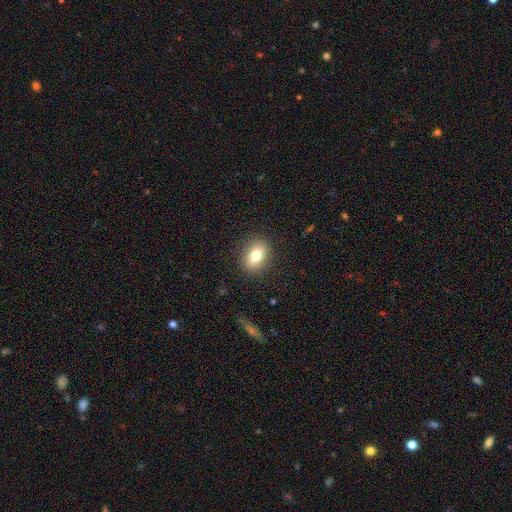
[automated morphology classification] Smooth or featured? smooth (76%)
How rounded? in between (64%)
Merging? none (88%)